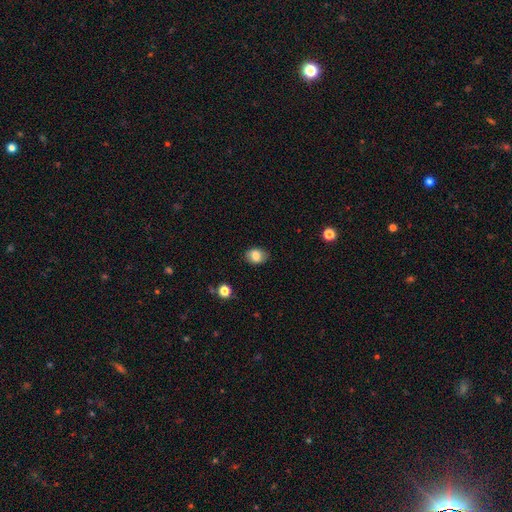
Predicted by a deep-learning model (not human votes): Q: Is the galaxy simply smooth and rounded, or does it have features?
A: smooth — 82%.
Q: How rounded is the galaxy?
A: in between — 62%.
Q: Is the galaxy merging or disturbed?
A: none — 83%.